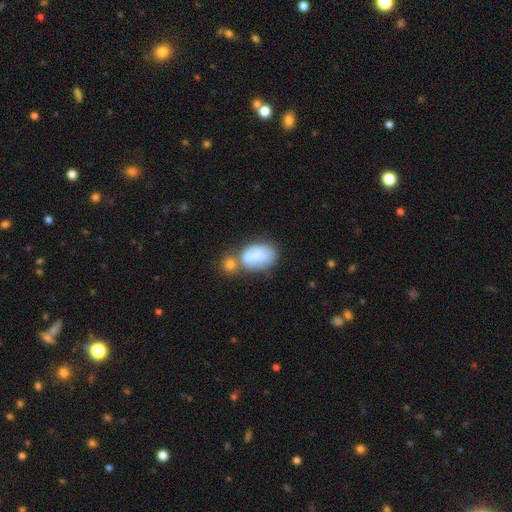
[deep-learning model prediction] A smooth galaxy with no disk features (71%) that is in between round and cigar-shaped (86%).

Vote fractions:
- Smooth or featured? smooth: 71% / featured or disk: 20% / star or artifact: 8%
- How rounded? in between: 86% / round: 13% / cigar-shaped: 2%
- Merging? merger: 47% / none: 27% / minor disturbance: 17% / major disturbance: 9%